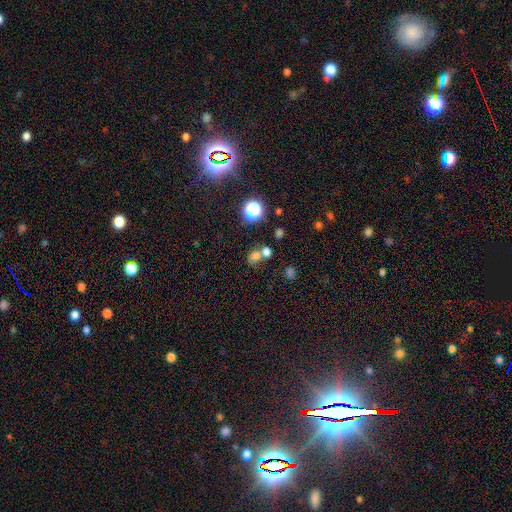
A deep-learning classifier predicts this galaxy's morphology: Q: Smooth or featured?
A: smooth (63%); runner-up: star or artifact (25%)
Q: How rounded?
A: round (60%); runner-up: in between (39%)
Q: Merging?
A: none (43%); runner-up: merger (40%)